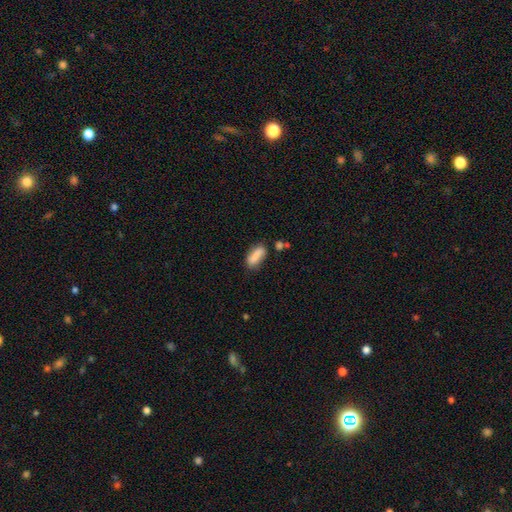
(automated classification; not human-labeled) This appears to be a smooth galaxy with no disk features (83%) that is in between round and cigar-shaped (66%). Merging: none (68%).